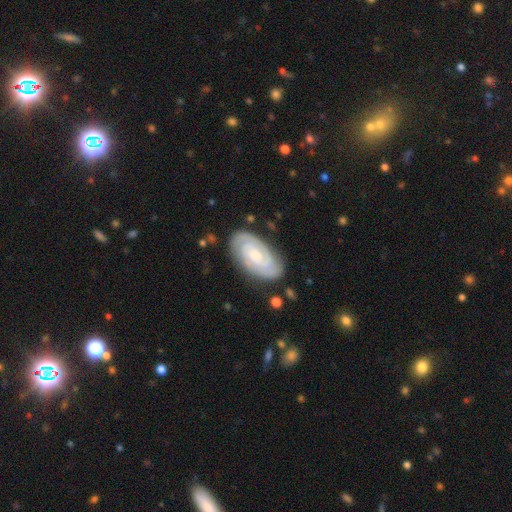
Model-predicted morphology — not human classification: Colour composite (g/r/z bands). It shows a featured or disk galaxy (80%) with no bar (58%), 2 (66%) tight (71%) spiral arms (95%) and a small central bulge (49%). Merging: none (81%).